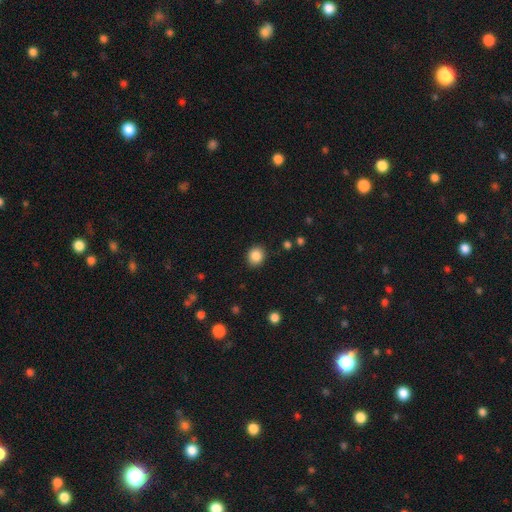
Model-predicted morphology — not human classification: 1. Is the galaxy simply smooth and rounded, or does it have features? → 86% smooth, 10% star or artifact, 4% featured or disk.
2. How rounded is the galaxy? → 77% round, 22% in between, 1% cigar-shaped.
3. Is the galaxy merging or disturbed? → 89% none, 7% minor disturbance, 2% major disturbance, 1% merger.